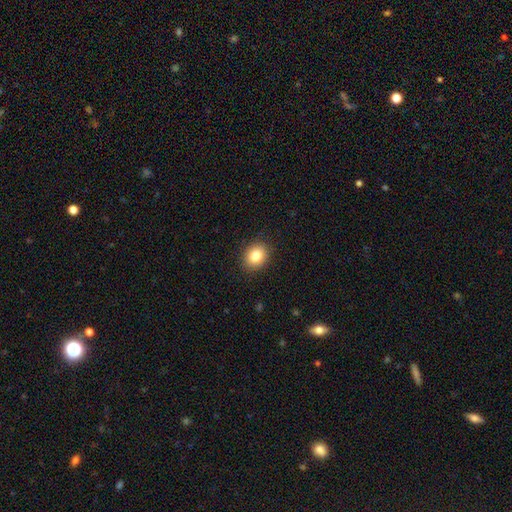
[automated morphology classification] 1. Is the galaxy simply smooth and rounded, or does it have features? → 84% smooth, 9% star or artifact, 7% featured or disk.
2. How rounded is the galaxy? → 51% round, 48% in between, 1% cigar-shaped.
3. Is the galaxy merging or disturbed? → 89% none, 8% minor disturbance, 2% major disturbance, 1% merger.